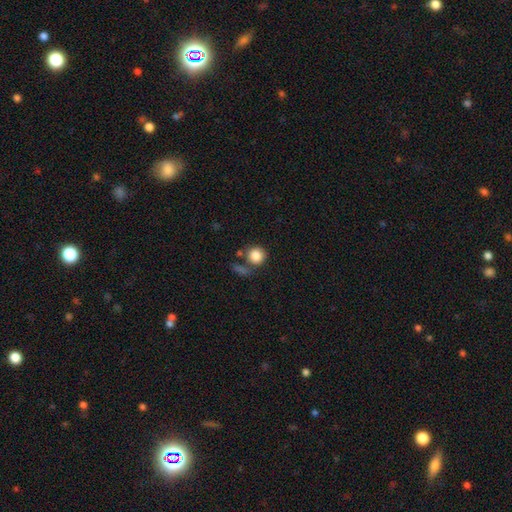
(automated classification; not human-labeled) A smooth galaxy with no disk features (85%) that is round (90%).

Vote fractions:
- Smooth or featured? smooth: 85% / star or artifact: 9% / featured or disk: 6%
- How rounded? round: 90% / in between: 9% / cigar-shaped: 1%
- Merging? none: 67% / merger: 16% / minor disturbance: 12% / major disturbance: 5%